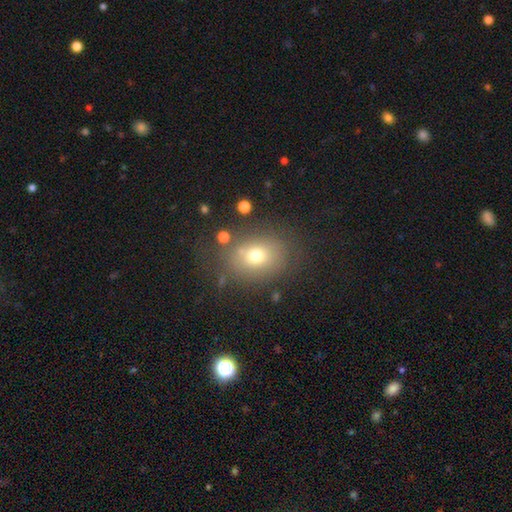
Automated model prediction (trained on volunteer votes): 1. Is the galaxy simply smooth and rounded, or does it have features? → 70% smooth, 15% featured or disk, 15% star or artifact.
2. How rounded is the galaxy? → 52% in between, 47% round, 1% cigar-shaped.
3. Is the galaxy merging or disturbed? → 74% none, 15% minor disturbance, 7% major disturbance, 4% merger.